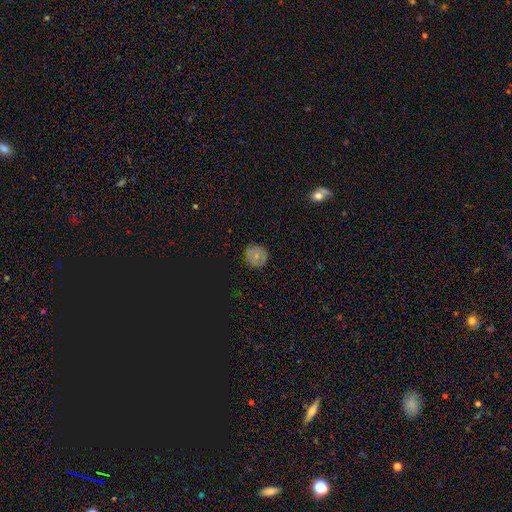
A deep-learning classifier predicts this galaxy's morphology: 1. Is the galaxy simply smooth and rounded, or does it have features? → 63% smooth, 21% featured or disk, 17% star or artifact.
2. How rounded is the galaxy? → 89% round, 10% in between, 1% cigar-shaped.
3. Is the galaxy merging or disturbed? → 83% none, 14% minor disturbance, 3% major disturbance, 1% merger.